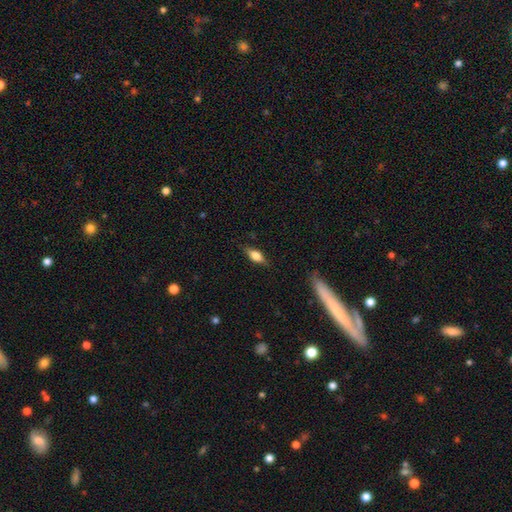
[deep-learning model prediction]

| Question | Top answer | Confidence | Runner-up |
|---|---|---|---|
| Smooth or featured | smooth | 56% | featured or disk (36%) |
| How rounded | in between | 70% | cigar-shaped (24%) |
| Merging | none | 81% | minor disturbance (14%) |